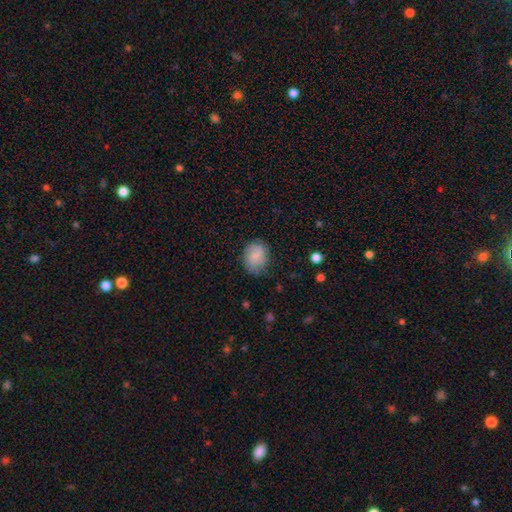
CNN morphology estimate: Q: Smooth or featured?
A: smooth (80%); runner-up: featured or disk (13%)
Q: How rounded?
A: round (57%); runner-up: in between (42%)
Q: Merging?
A: none (74%); runner-up: minor disturbance (20%)